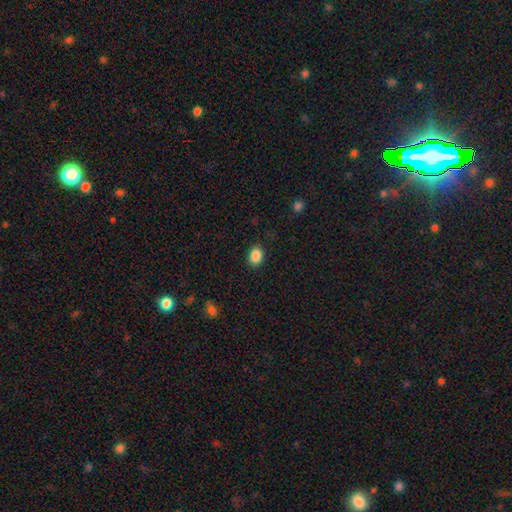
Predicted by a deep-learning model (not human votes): smooth-or-featured: smooth: 88% | star or artifact: 9% | featured or disk: 4%
  how-rounded: in between: 69% | round: 30% | cigar-shaped: 1%
  merging: none: 88% | minor disturbance: 9% | major disturbance: 2% | merger: 1%